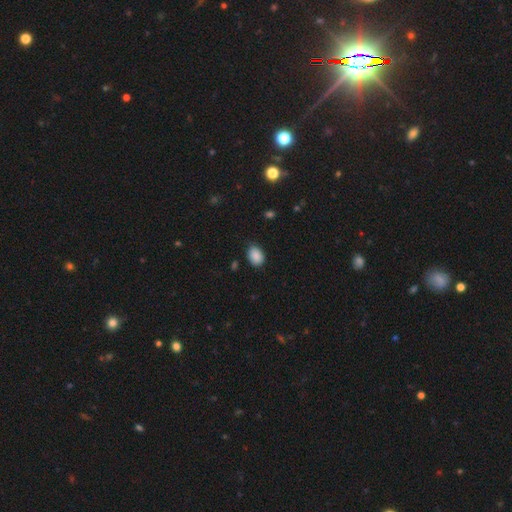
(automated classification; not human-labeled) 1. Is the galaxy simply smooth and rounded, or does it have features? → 88% smooth, 8% star or artifact, 4% featured or disk.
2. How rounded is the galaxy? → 72% in between, 27% round, 1% cigar-shaped.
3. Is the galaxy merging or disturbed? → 79% none, 17% minor disturbance, 3% major disturbance, 1% merger.